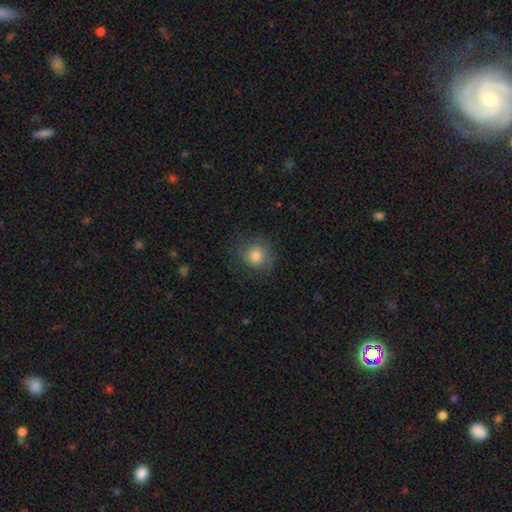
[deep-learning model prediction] smooth-or-featured: smooth: 74% | featured or disk: 15% | star or artifact: 10%
  how-rounded: round: 87% | in between: 12% | cigar-shaped: 1%
  merging: none: 75% | minor disturbance: 15% | major disturbance: 8% | merger: 1%